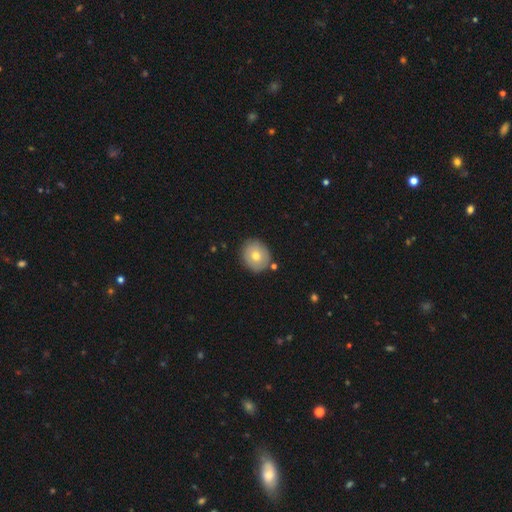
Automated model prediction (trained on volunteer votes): A smooth galaxy with no disk features (70%) that is round (76%).

Vote fractions:
- Smooth or featured? smooth: 70% / featured or disk: 21% / star or artifact: 9%
- How rounded? round: 76% / in between: 23% / cigar-shaped: 1%
- Merging? none: 84% / minor disturbance: 10% / merger: 4% / major disturbance: 2%